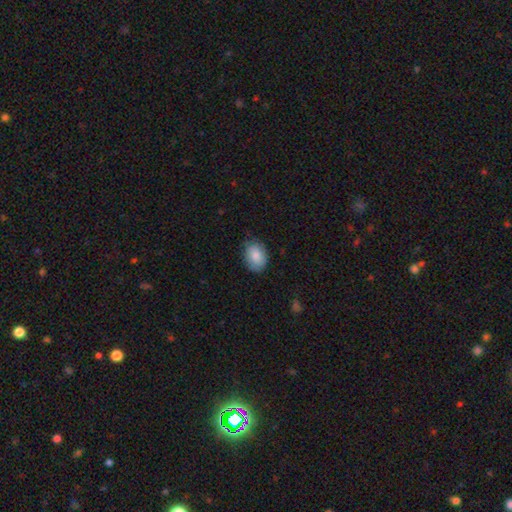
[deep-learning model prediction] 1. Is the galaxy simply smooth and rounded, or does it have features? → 85% smooth, 9% featured or disk, 7% star or artifact.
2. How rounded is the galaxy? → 71% in between, 28% round, 1% cigar-shaped.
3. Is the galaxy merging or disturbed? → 76% none, 19% minor disturbance, 3% major disturbance, 1% merger.